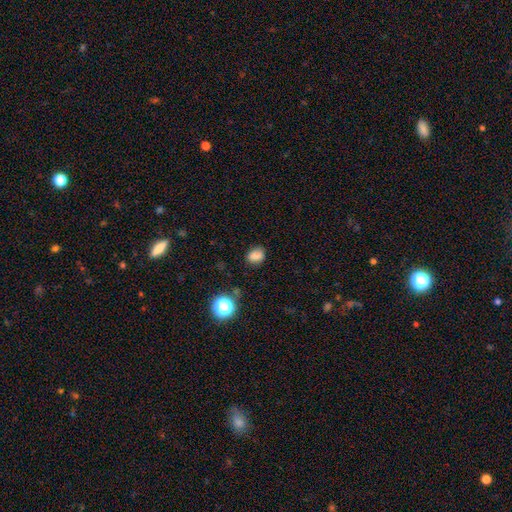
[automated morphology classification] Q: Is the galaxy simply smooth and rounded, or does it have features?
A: smooth — 82%.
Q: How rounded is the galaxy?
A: in between — 54%.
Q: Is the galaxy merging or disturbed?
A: none — 83%.